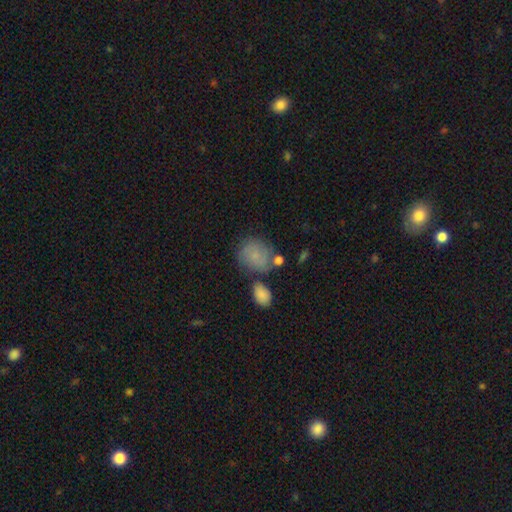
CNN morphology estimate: Overall: smooth (66%). How rounded: round (60%; in between 38%). Merging: none (53%; minor disturbance 20%).